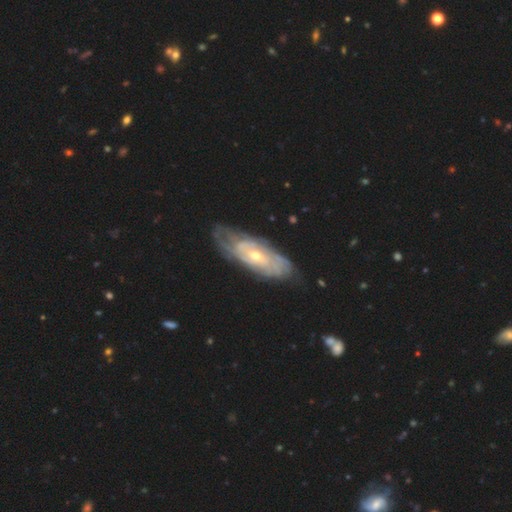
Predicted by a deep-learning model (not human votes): Smooth or featured: featured or disk — 80% (smooth — 14%)
Edge-on disk: no — 87% (yes — 13%)
Bar: no — 70% (weak — 24%)
Spiral arms: yes — 86% (no — 14%)
Spiral winding: tight — 74% (medium — 20%)
Spiral arm count: can't tell — 64% (2 — 13%)
Bulge size: small — 56% (moderate — 41%)
Merging: none — 71% (minor disturbance — 21%)